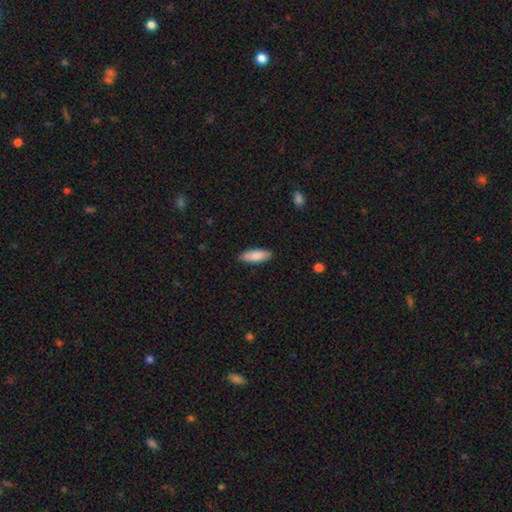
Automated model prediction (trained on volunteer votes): Smooth or featured: smooth — 85% (featured or disk — 10%)
How rounded: in between — 67% (cigar-shaped — 31%)
Merging: none — 85% (minor disturbance — 11%)